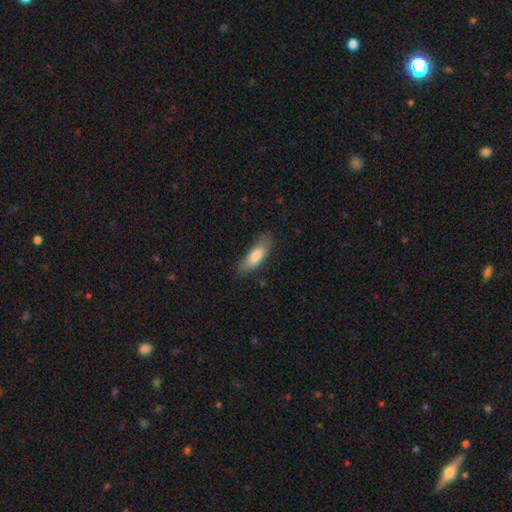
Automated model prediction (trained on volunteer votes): Morphology: type=smooth (80%); roundness=in between (55%); merging=none (74%).